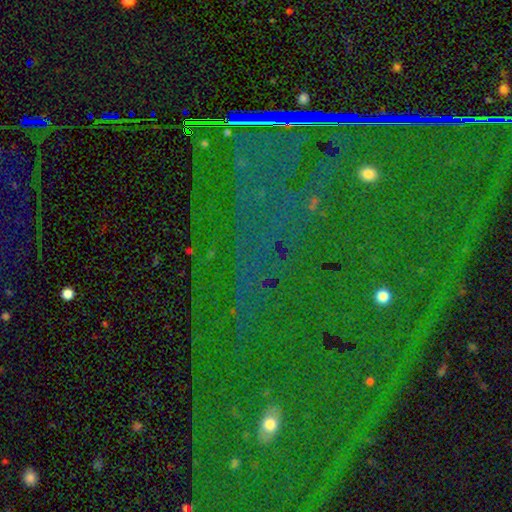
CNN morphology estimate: Q: Smooth or featured?
A: star or artifact (84%); runner-up: featured or disk (9%)